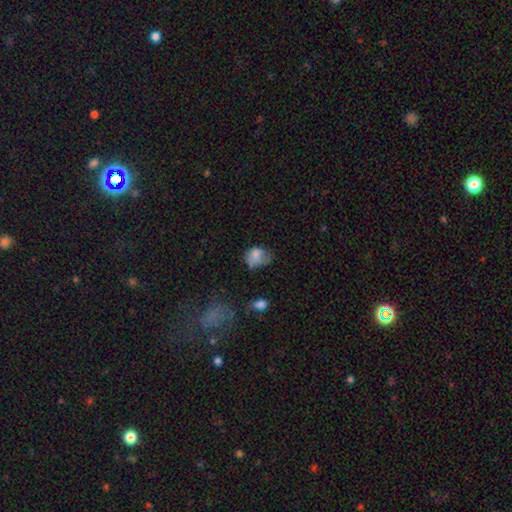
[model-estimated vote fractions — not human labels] Overall: smooth (68%). How rounded: in between (69%; round 30%). Merging: major disturbance (33%; minor disturbance 32%).